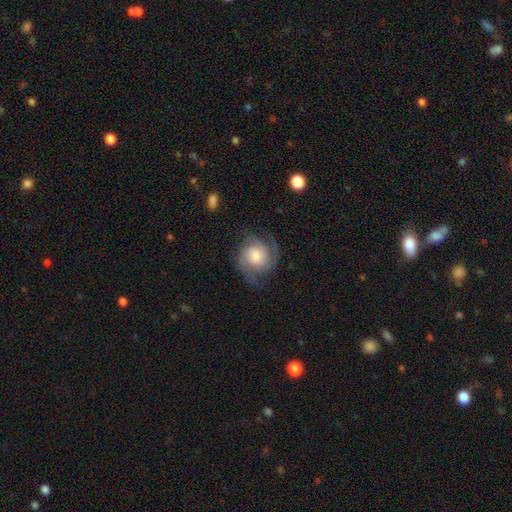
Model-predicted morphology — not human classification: This is likely a featured or disk galaxy (79%). It is clearly not viewed edge-on (98%). Bar: likely no (74%). Spiral arm pattern: clearly yes (96%). Spiral arm count: likely 2 (60%). Spiral winding: marginally medium (44%). Central bulge: possibly moderate (48%). Merging: likely none (74%).